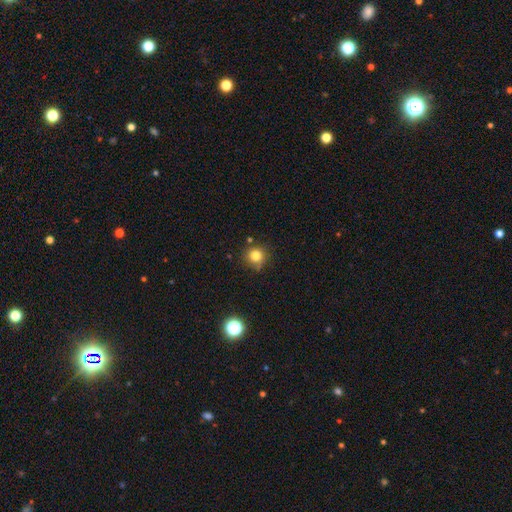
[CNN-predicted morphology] Q: Smooth or featured?
A: smooth (81%); runner-up: star or artifact (13%)
Q: How rounded?
A: round (92%); runner-up: in between (7%)
Q: Merging?
A: none (77%); runner-up: minor disturbance (15%)